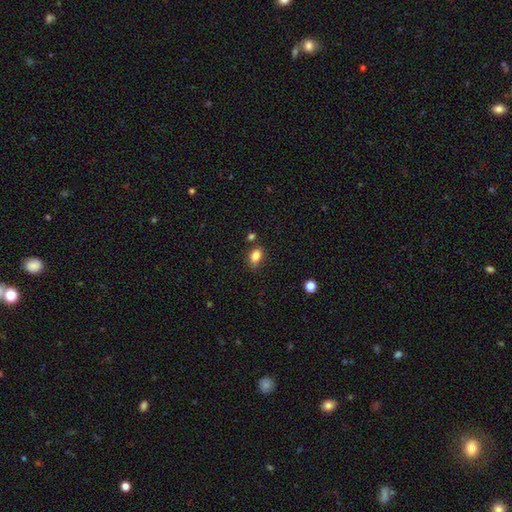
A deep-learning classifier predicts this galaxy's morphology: Smooth or featured?
  - smooth: 84% *
  - star or artifact: 10%
  - featured or disk: 7%
How rounded?
  - in between: 79% *
  - round: 19%
  - cigar-shaped: 2%
Merging?
  - none: 68% *
  - minor disturbance: 21%
  - merger: 7%
  - major disturbance: 4%